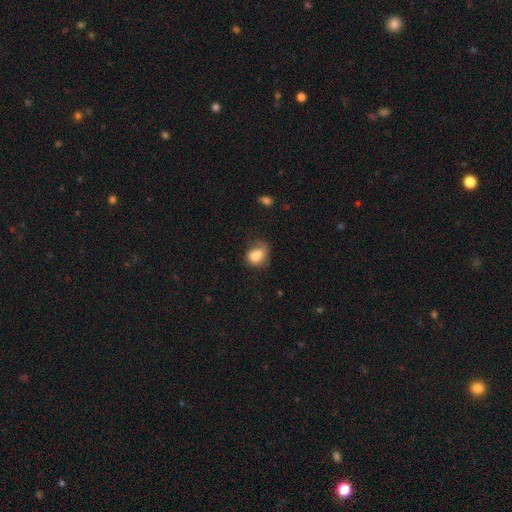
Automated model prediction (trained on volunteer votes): The model was most divided on "how rounded": in between: 52%, round: 47%, cigar-shaped: 1%. Remaining: smooth or featured — smooth (73%); merging — merger (34%).